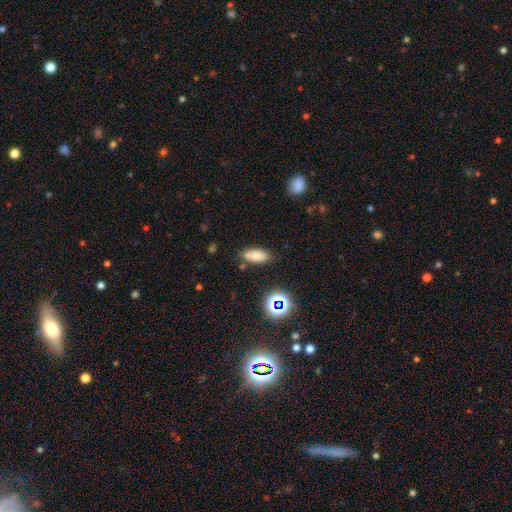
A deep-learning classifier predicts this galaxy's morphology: A smooth galaxy with no disk features (78%) that is in between round and cigar-shaped (80%).

Vote fractions:
- Smooth or featured? smooth: 78% / star or artifact: 13% / featured or disk: 9%
- How rounded? in between: 80% / cigar-shaped: 16% / round: 4%
- Merging? none: 77% / minor disturbance: 14% / merger: 5% / major disturbance: 4%